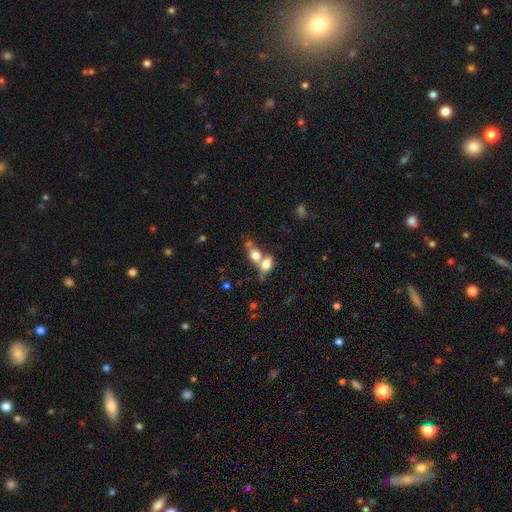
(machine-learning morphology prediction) A smooth galaxy with no disk features (75%) that is in between round and cigar-shaped (66%). Merging: merger (66%).